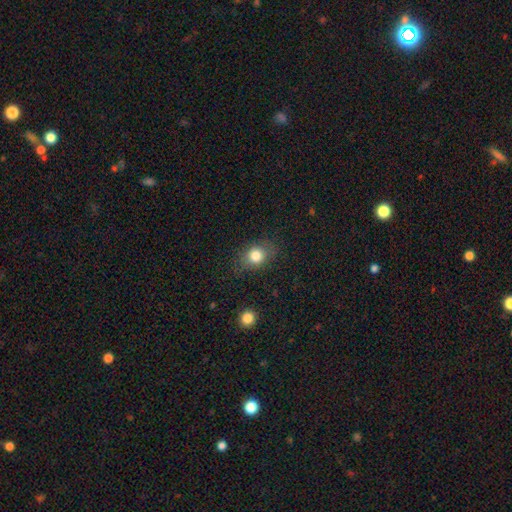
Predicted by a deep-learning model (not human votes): This appears to be a smooth galaxy with no disk features (80%) that is round (54%). Merging: none (78%).